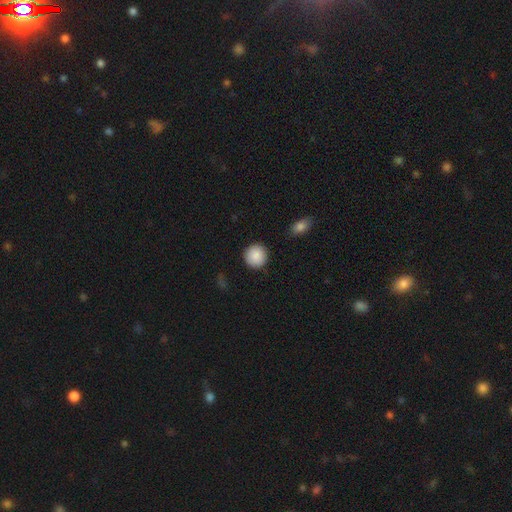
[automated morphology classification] smooth-or-featured: smooth: 90% | star or artifact: 7% | featured or disk: 3%
  how-rounded: round: 94% | in between: 5% | cigar-shaped: 1%
  merging: none: 91% | minor disturbance: 6% | major disturbance: 2% | merger: 1%